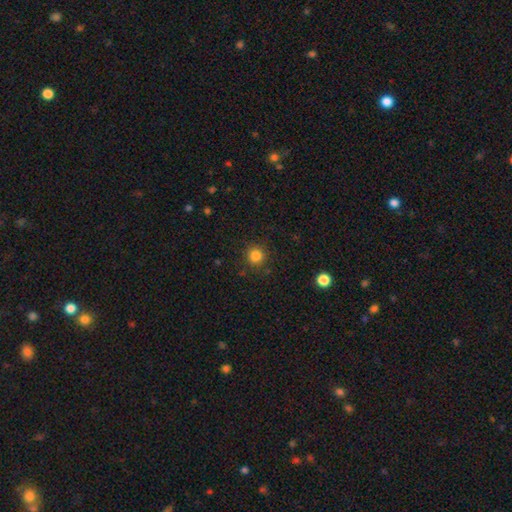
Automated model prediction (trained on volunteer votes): smooth-or-featured: smooth: 83% | star or artifact: 13% | featured or disk: 5%
  how-rounded: round: 93% | in between: 6% | cigar-shaped: 1%
  merging: none: 88% | minor disturbance: 8% | major disturbance: 3% | merger: 2%